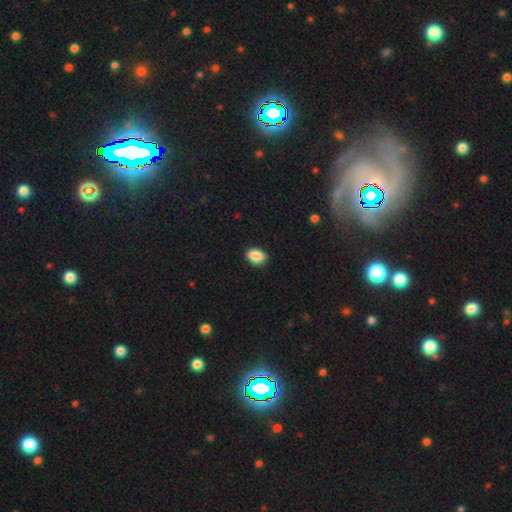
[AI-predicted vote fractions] smooth_or_featured: smooth (p=0.88) [alt: star or artifact p=0.08]
how_rounded: in between (p=0.79) [alt: round p=0.19]
merging: none (p=0.87) [alt: minor disturbance p=0.10]